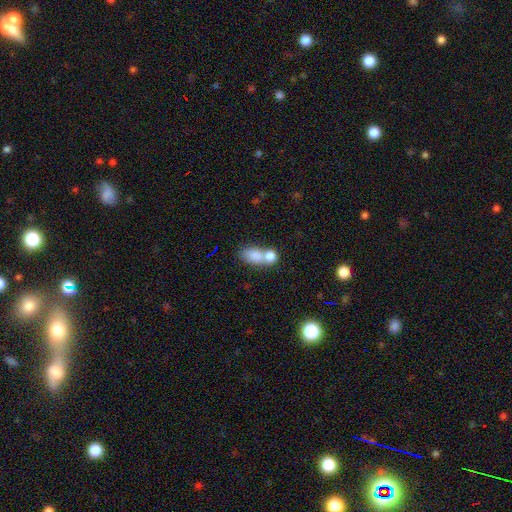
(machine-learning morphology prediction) Smooth or featured? Predicted: smooth (p=0.80). How rounded? Predicted: in between (p=0.77). Merging? Predicted: merger (p=0.54).